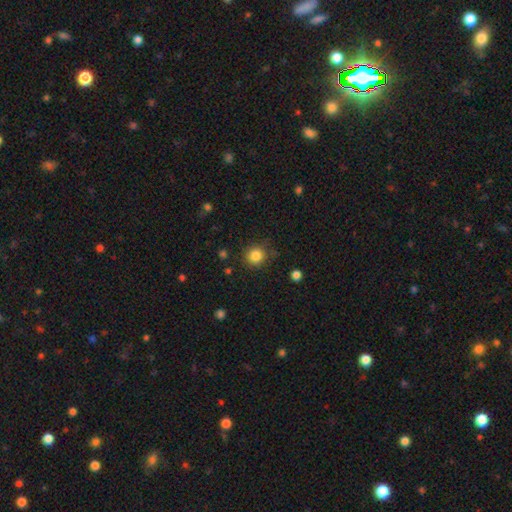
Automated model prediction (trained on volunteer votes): Smooth or featured: smooth — 84% (star or artifact — 11%)
How rounded: round — 91% (in between — 8%)
Merging: none — 84% (minor disturbance — 11%)